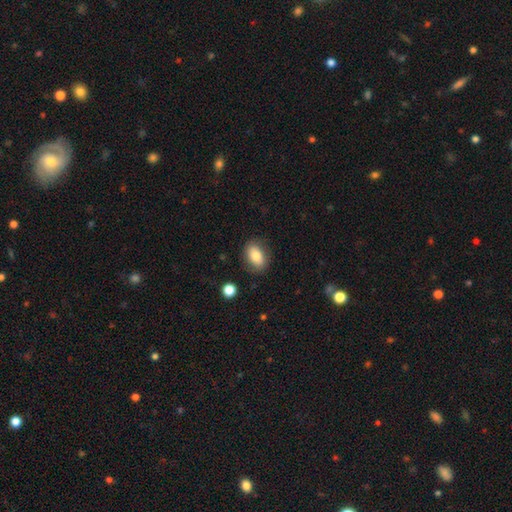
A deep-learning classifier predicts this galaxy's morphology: A smooth galaxy with no disk features (79%) that is in between round and cigar-shaped (84%). Merging: none (83%).